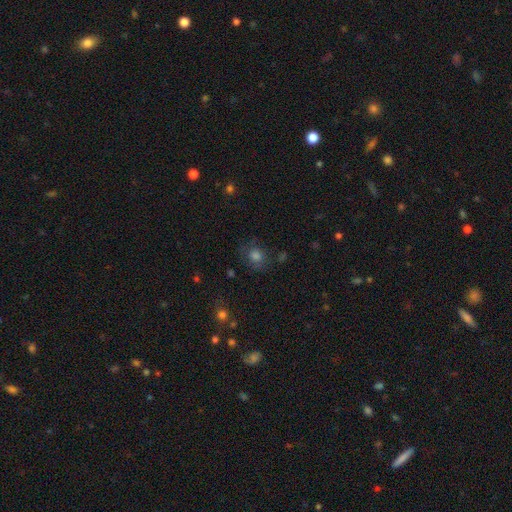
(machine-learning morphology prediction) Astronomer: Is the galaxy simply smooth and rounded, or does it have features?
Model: smooth — 67%.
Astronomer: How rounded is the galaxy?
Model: round — 79%.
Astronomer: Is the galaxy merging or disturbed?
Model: none — 72%.